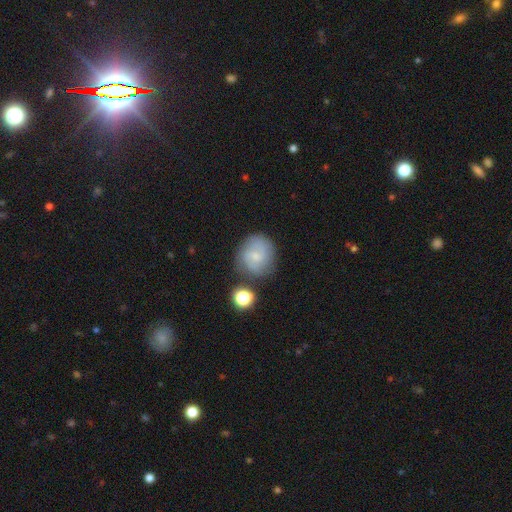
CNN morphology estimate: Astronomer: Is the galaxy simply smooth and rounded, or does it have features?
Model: smooth — 51% (runner-up: featured or disk, 39%).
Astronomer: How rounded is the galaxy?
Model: round — 84%.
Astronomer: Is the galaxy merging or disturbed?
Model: none — 66%.